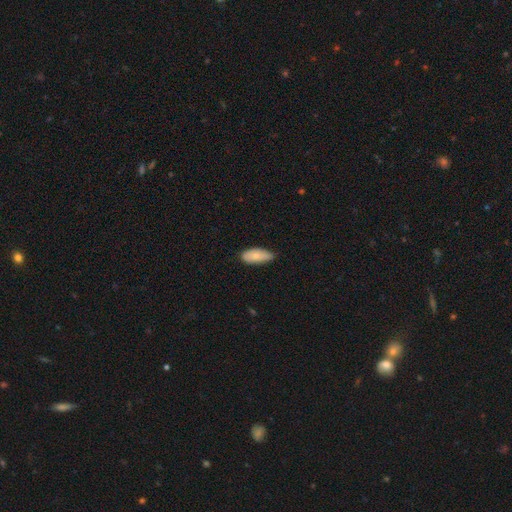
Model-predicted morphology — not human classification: Smooth or featured?
  - smooth: 78% *
  - featured or disk: 16%
  - star or artifact: 6%
How rounded?
  - in between: 86% *
  - cigar-shaped: 11%
  - round: 2%
Merging?
  - none: 65% *
  - minor disturbance: 30%
  - major disturbance: 3%
  - merger: 1%